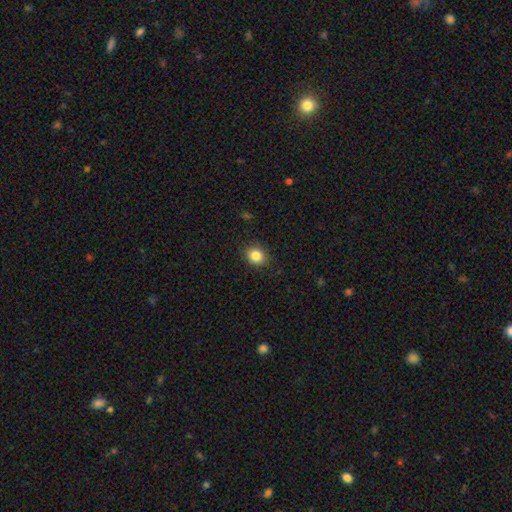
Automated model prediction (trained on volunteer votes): smooth 85%, star or artifact 10%, featured or disk 5%. Down the decision tree: how rounded — round (66%); merging — none (87%).